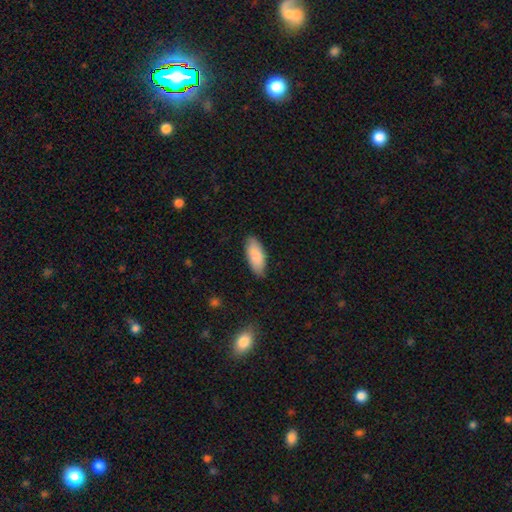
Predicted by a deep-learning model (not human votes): Overall: smooth (88%). How rounded: in between (84%). Merging: none (82%).